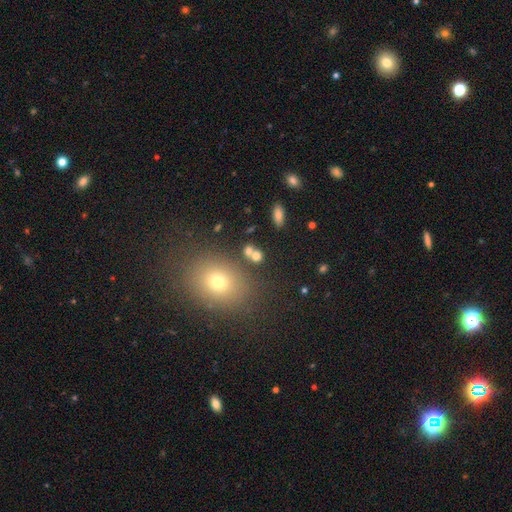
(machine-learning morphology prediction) Smooth or featured? smooth (70%)
How rounded? round (64%)
Merging? none (54%)